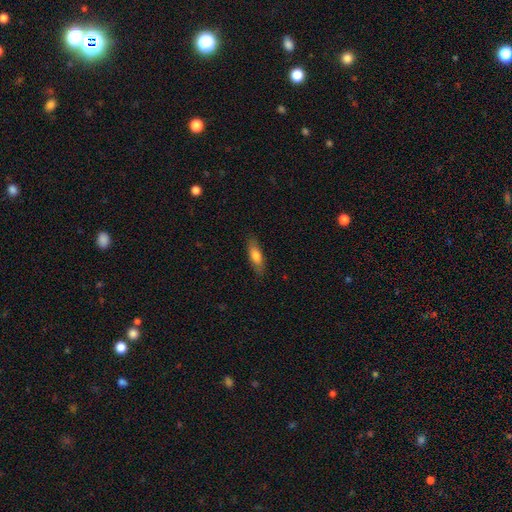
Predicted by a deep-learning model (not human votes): Smooth or featured? Predicted: smooth (p=0.73). How rounded? Predicted: in between (p=0.53). Merging? Predicted: none (p=0.84).